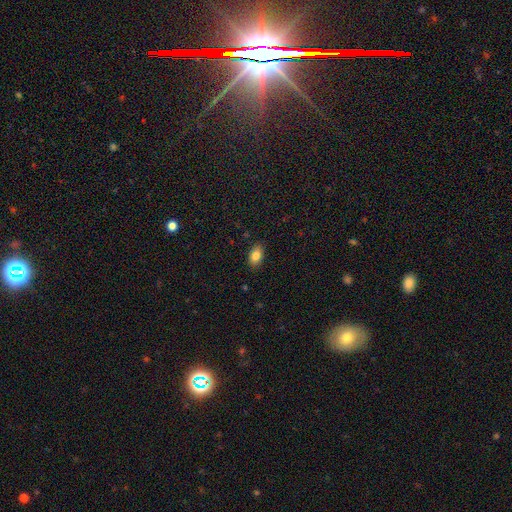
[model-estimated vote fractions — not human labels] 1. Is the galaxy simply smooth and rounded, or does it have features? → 84% smooth, 8% star or artifact, 7% featured or disk.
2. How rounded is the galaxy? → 89% in between, 8% round, 2% cigar-shaped.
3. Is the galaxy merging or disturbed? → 86% none, 11% minor disturbance, 2% major disturbance, 1% merger.